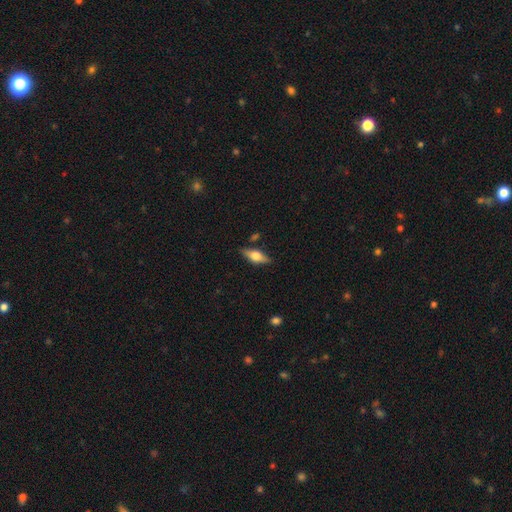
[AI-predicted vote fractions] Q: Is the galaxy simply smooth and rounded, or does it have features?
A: smooth — 47%.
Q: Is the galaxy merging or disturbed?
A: none — 82%.